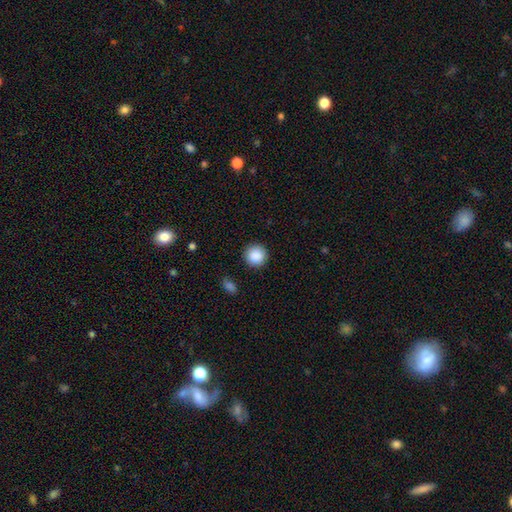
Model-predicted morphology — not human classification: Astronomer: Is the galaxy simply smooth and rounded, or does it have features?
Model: smooth — 88%.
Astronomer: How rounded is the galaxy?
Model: round — 95%.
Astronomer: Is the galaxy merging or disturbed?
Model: none — 91%.